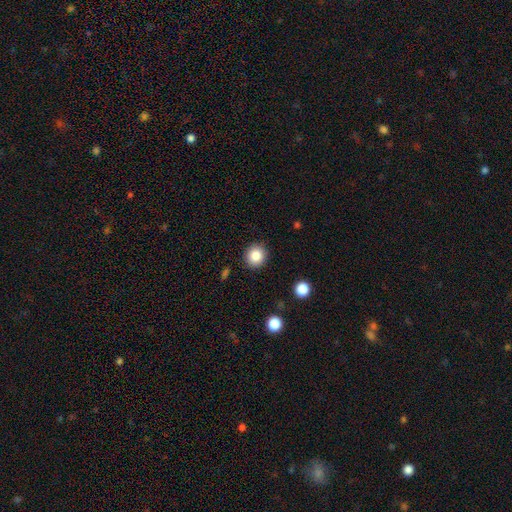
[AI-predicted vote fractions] smooth-or-featured: smooth: 85% | star or artifact: 10% | featured or disk: 5%
  how-rounded: round: 90% | in between: 10% | cigar-shaped: 1%
  merging: none: 90% | minor disturbance: 6% | major disturbance: 2% | merger: 1%